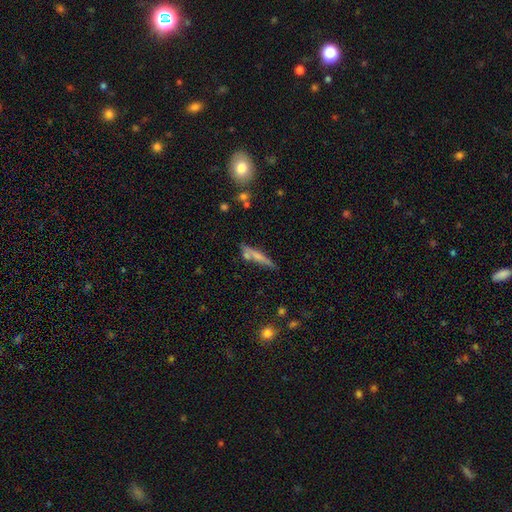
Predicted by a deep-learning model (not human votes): Smooth or featured: smooth — 52% (featured or disk — 40%)
How rounded: cigar-shaped — 87% (in between — 11%)
Merging: none — 64% (minor disturbance — 17%)